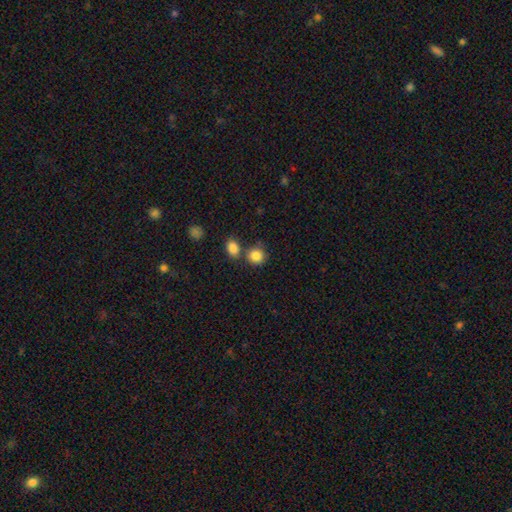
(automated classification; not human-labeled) This appears to be a smooth galaxy with no disk features (85%) that is round (82%). Merging: none (64%).